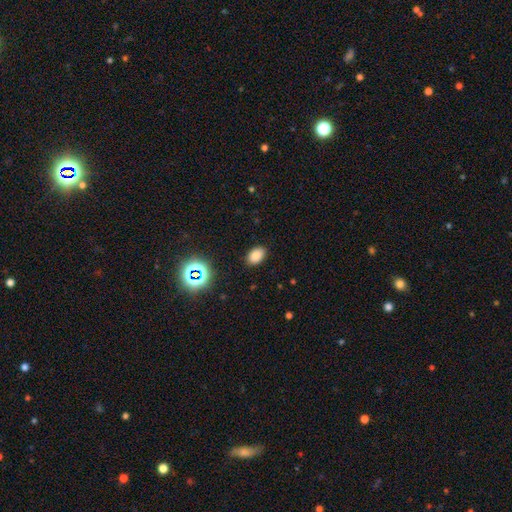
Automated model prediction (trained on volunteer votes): Smooth or featured: smooth — 80% (star or artifact — 15%)
How rounded: in between — 85% (round — 14%)
Merging: none — 87% (minor disturbance — 9%)